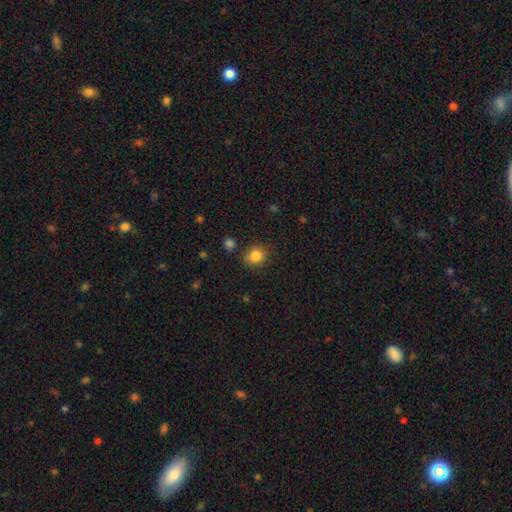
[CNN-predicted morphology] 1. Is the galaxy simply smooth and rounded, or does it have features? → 84% smooth, 11% star or artifact, 5% featured or disk.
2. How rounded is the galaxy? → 80% round, 19% in between, 1% cigar-shaped.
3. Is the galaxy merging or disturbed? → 82% none, 11% minor disturbance, 4% merger, 3% major disturbance.